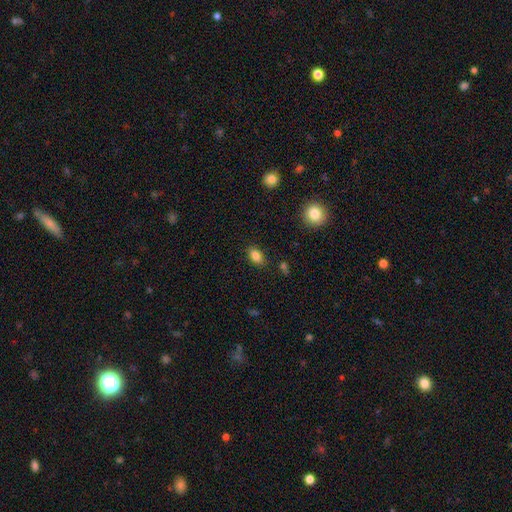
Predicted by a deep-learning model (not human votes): A smooth galaxy with no disk features (84%) that is in between round and cigar-shaped (85%). Merging: none (83%).